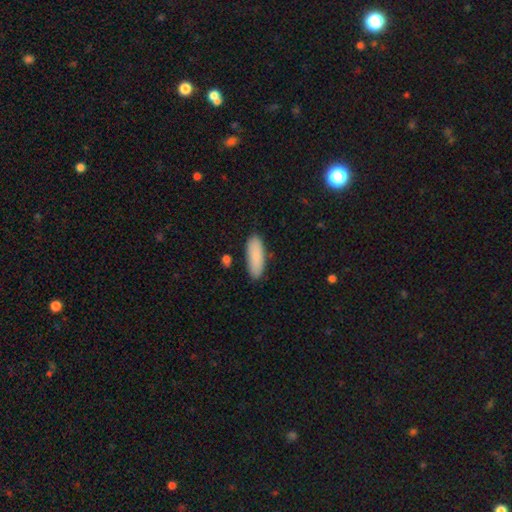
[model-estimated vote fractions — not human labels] This appears to be a smooth galaxy with no disk features (87%) that is in between round and cigar-shaped (65%). Merging: none (84%).